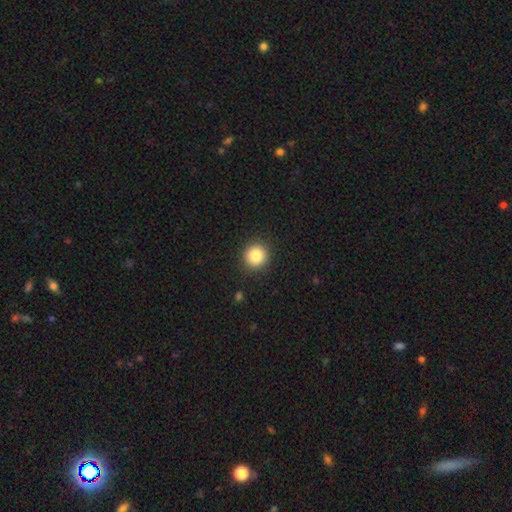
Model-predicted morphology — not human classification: smooth_or_featured: smooth (p=0.85) [alt: star or artifact p=0.10]
how_rounded: round (p=0.93) [alt: in between p=0.06]
merging: none (p=0.91) [alt: minor disturbance p=0.06]